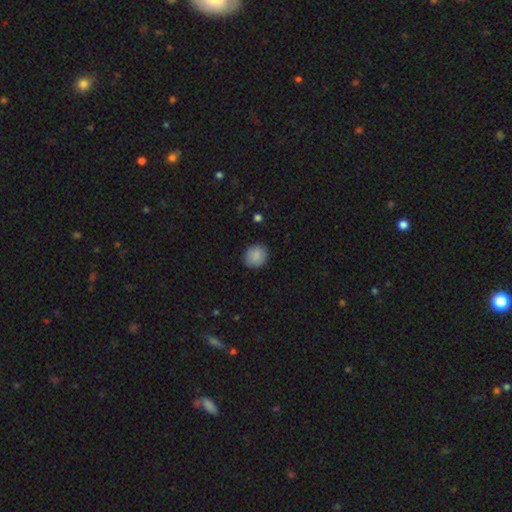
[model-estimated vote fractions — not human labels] Smooth or featured? smooth (88%)
How rounded? round (79%)
Merging? none (89%)